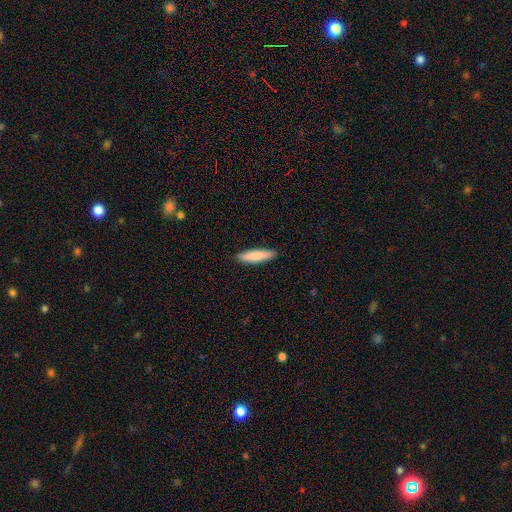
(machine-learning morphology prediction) smooth-or-featured: smooth: 85% | featured or disk: 9% | star or artifact: 5%
  how-rounded: cigar-shaped: 76% | in between: 23% | round: 1%
  merging: none: 89% | minor disturbance: 8% | major disturbance: 2% | merger: 1%